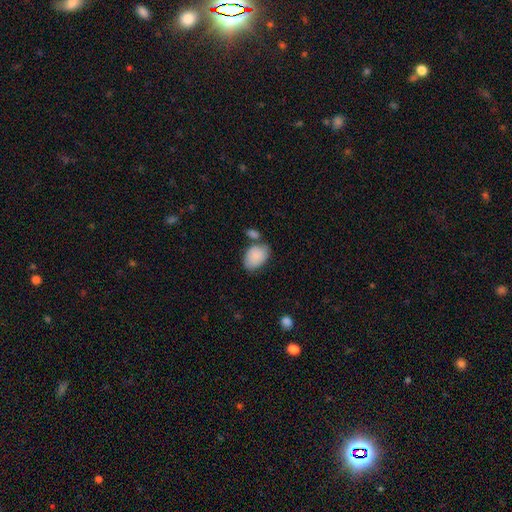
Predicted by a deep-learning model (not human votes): Smooth or featured? smooth (86%)
How rounded? in between (87%)
Merging? none (55%)